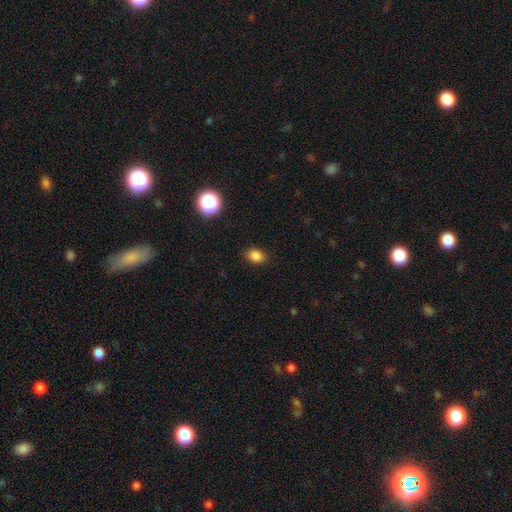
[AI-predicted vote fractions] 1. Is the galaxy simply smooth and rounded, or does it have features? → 84% smooth, 12% star or artifact, 4% featured or disk.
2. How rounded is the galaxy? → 70% in between, 28% round, 1% cigar-shaped.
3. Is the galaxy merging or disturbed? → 87% none, 9% minor disturbance, 2% major disturbance, 1% merger.